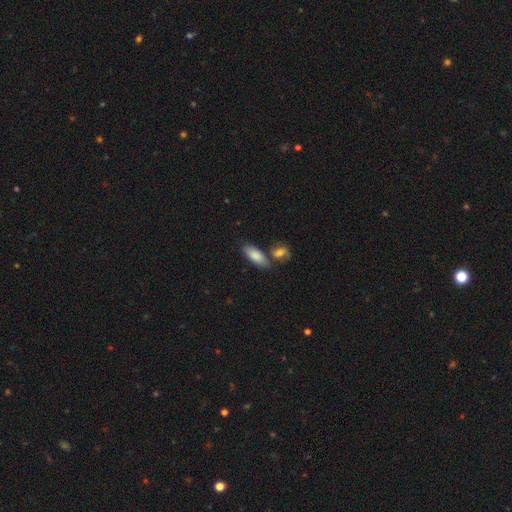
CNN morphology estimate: Smooth or featured: smooth — 82% (featured or disk — 12%)
How rounded: in between — 82% (cigar-shaped — 15%)
Merging: none — 59% (merger — 22%)